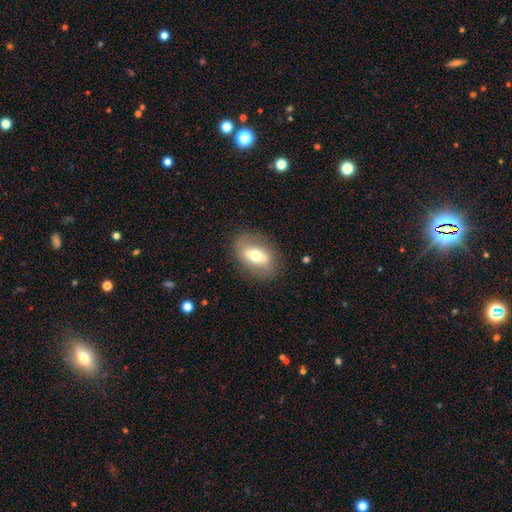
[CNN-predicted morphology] A smooth galaxy with no disk features (54%) that is in between round and cigar-shaped (81%). Merging: none (81%).